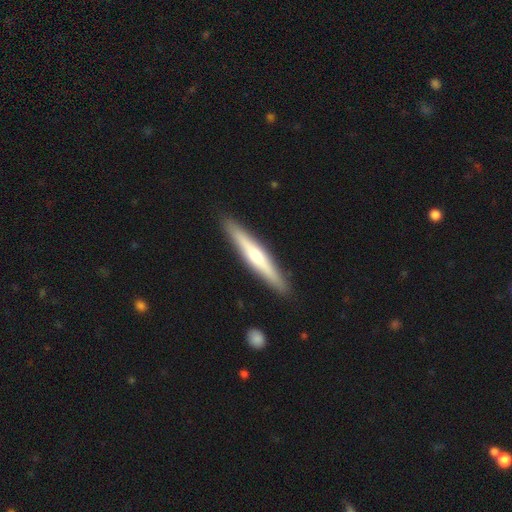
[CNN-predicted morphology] Overall: featured or disk (63%; smooth 32%). Edge-on disk: yes (96%). Edge-on bulge: rounded (82%). Merging: none (91%).